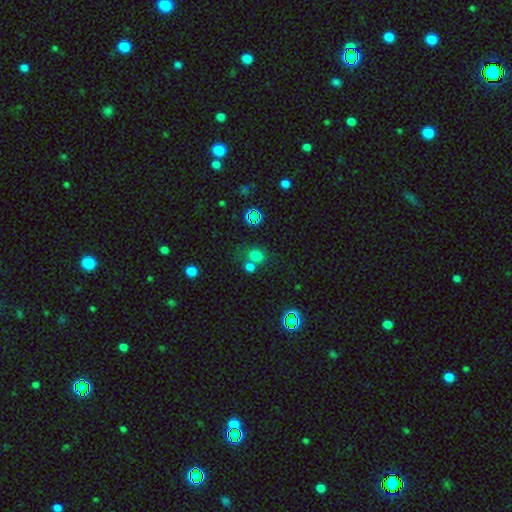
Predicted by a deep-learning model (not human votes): Smooth or featured: smooth — 68% (star or artifact — 24%)
How rounded: round — 57% (in between — 42%)
Merging: none — 51% (merger — 33%)